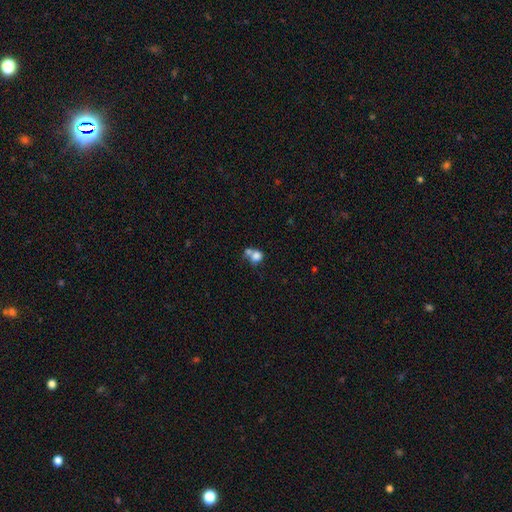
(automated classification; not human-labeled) Q: Smooth or featured?
A: smooth (78%); runner-up: featured or disk (11%)
Q: How rounded?
A: round (68%); runner-up: in between (31%)
Q: Merging?
A: merger (51%); runner-up: none (32%)